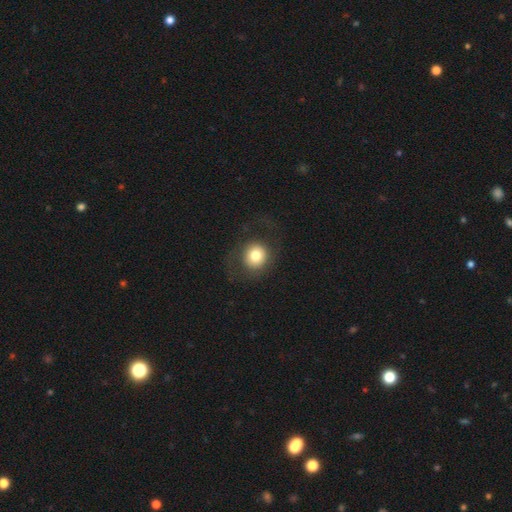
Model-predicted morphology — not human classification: This is likely a smooth galaxy (72%). How rounded: clearly round (87%). Merging: likely none (75%).